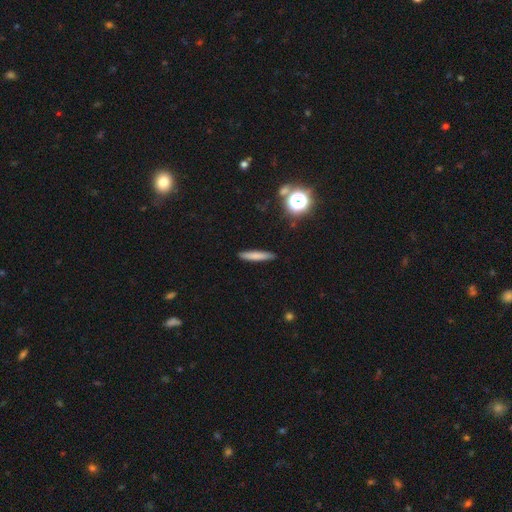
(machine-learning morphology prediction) Smooth or featured: smooth — 73% (featured or disk — 18%)
How rounded: cigar-shaped — 90% (in between — 7%)
Merging: none — 89% (minor disturbance — 8%)